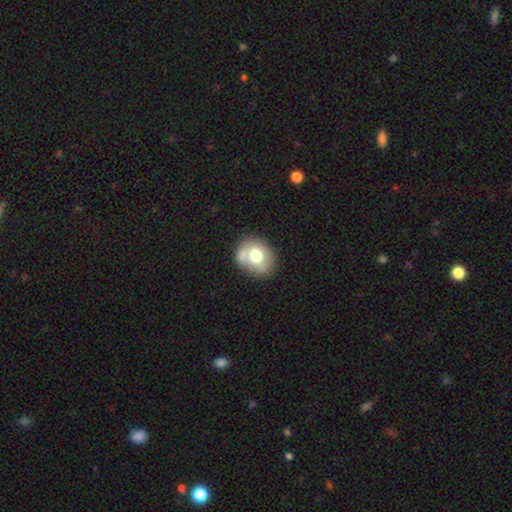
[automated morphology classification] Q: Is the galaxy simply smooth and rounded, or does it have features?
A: smooth — 64%.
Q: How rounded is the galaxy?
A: round — 63%.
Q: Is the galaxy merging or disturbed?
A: none — 59%.